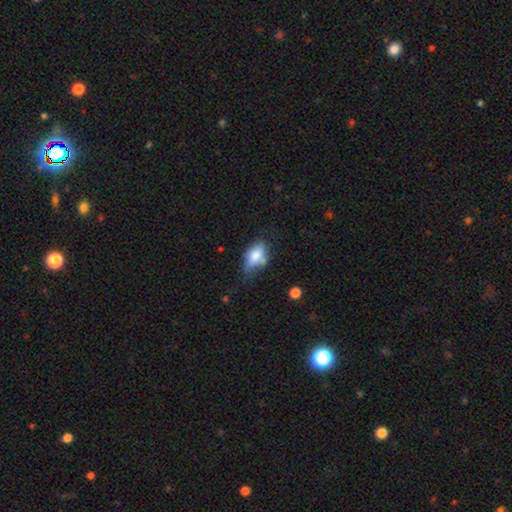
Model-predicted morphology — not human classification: A smooth galaxy with no disk features (76%) that is in between round and cigar-shaped (88%).

Vote fractions:
- Smooth or featured? smooth: 76% / featured or disk: 16% / star or artifact: 8%
- How rounded? in between: 88% / round: 8% / cigar-shaped: 4%
- Merging? none: 42% / minor disturbance: 35% / major disturbance: 13% / merger: 10%